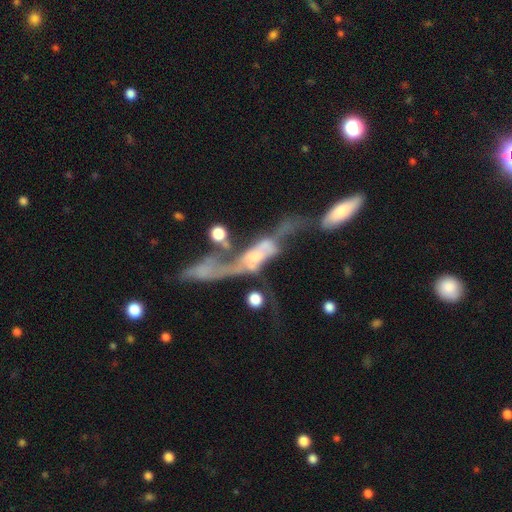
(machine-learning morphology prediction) A featured or disk galaxy (64%) with no bar (69%), no spiral arms (60%) and no central bulge (34%).

Vote fractions:
- Smooth or featured? featured or disk: 64% / smooth: 24% / star or artifact: 12%
- Edge-on disk? no: 81% / yes: 19%
- Bar? no: 69% / weak: 19% / strong: 11%
- Spiral arms? no: 60% / yes: 40%
- Bulge size? none: 34% / moderate: 26% / small: 24% / large: 13% / dominant: 4%
- Merging? merger: 58% / major disturbance: 27% / none: 9% / minor disturbance: 6%